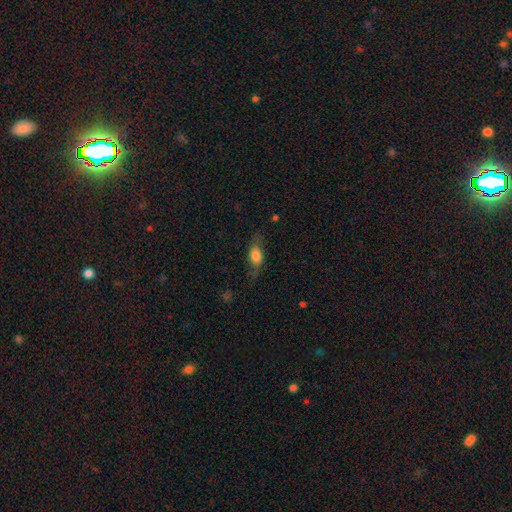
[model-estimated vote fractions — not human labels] A smooth galaxy with no disk features (67%) that is in between round and cigar-shaped (75%). Merging: none (64%).